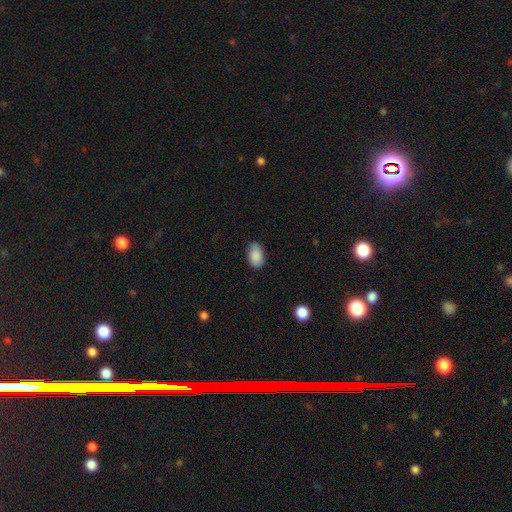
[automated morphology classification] A smooth galaxy with no disk features (89%) that is in between round and cigar-shaped (91%).

Vote fractions:
- Smooth or featured? smooth: 89% / star or artifact: 7% / featured or disk: 4%
- How rounded? in between: 91% / round: 8% / cigar-shaped: 1%
- Merging? none: 78% / minor disturbance: 18% / major disturbance: 3% / merger: 1%